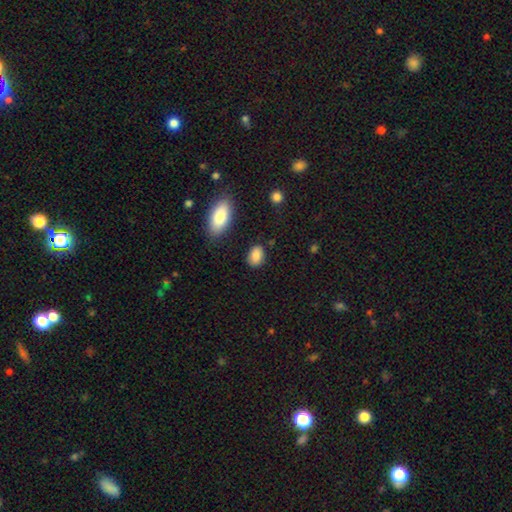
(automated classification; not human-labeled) Overall: smooth (87%). How rounded: in between (83%). Merging: none (82%).